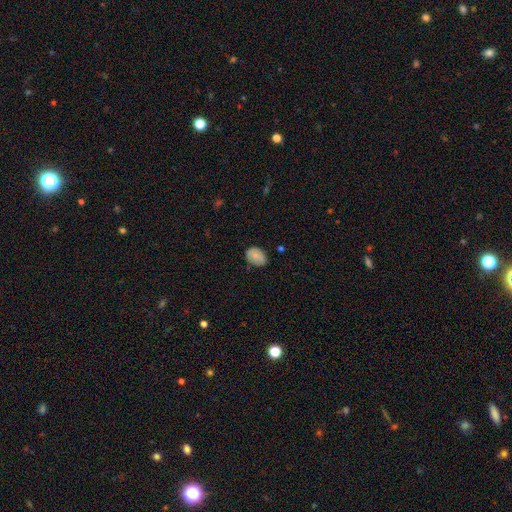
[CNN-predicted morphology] A smooth galaxy with no disk features (80%) that is in between round and cigar-shaped (76%).

Vote fractions:
- Smooth or featured? smooth: 80% / featured or disk: 12% / star or artifact: 8%
- How rounded? in between: 76% / round: 23% / cigar-shaped: 1%
- Merging? none: 74% / minor disturbance: 21% / major disturbance: 4% / merger: 1%